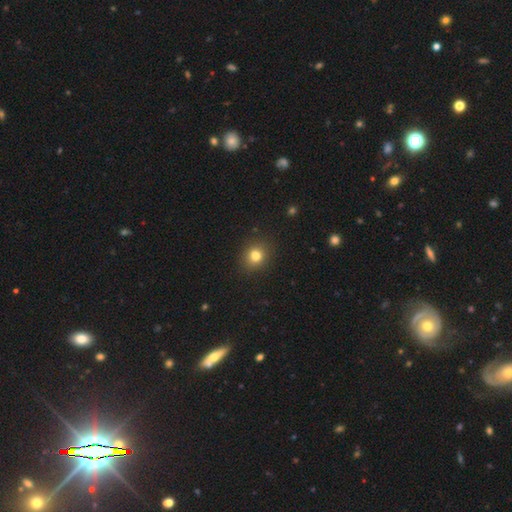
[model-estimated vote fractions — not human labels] smooth-or-featured: smooth: 80% | star or artifact: 13% | featured or disk: 7%
  how-rounded: round: 72% | in between: 27% | cigar-shaped: 1%
  merging: none: 88% | minor disturbance: 8% | major disturbance: 2% | merger: 2%